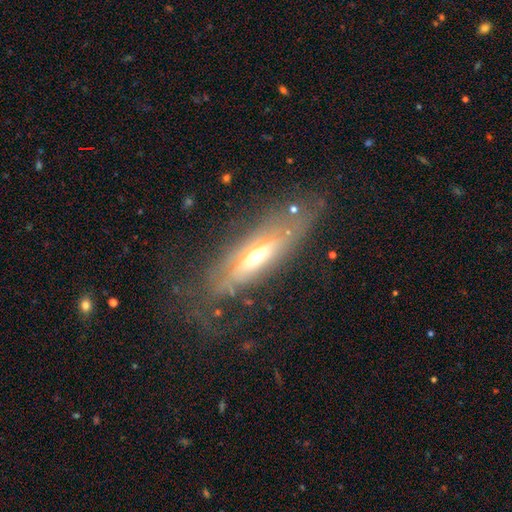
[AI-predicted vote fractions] The model was most divided on "edge-on disk": yes: 51%, no: 49%. More confident: smooth or featured — featured or disk (63%); merging — none (56%).